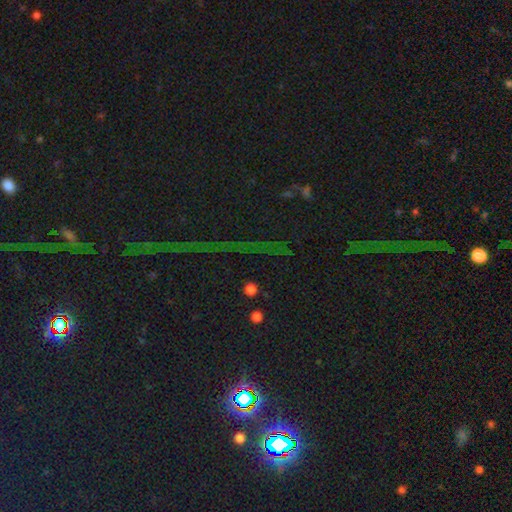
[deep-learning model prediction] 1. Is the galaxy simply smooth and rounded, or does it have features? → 80% star or artifact, 10% featured or disk, 10% smooth.